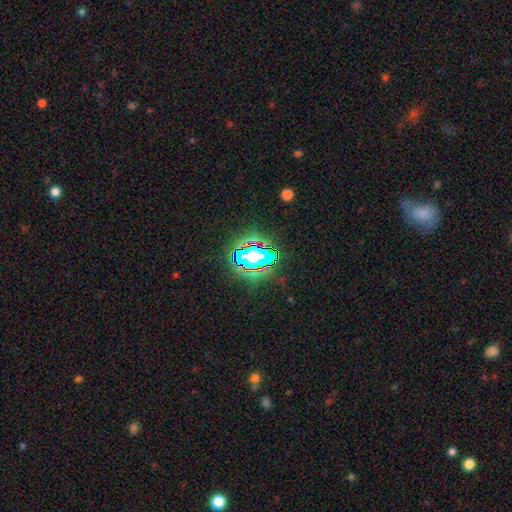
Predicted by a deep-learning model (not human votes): This appears to be a star or artifact, not a galaxy (76%).